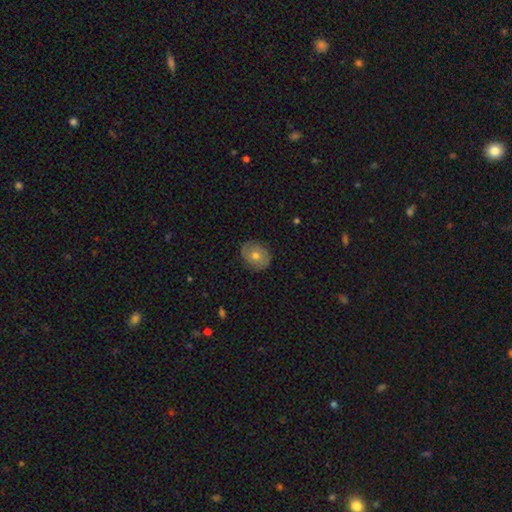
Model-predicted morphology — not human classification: A smooth galaxy with no disk features (49%).

Vote fractions:
- Smooth or featured? smooth: 49% / featured or disk: 43% / star or artifact: 8%
- Merging? none: 83% / minor disturbance: 13% / major disturbance: 3% / merger: 1%